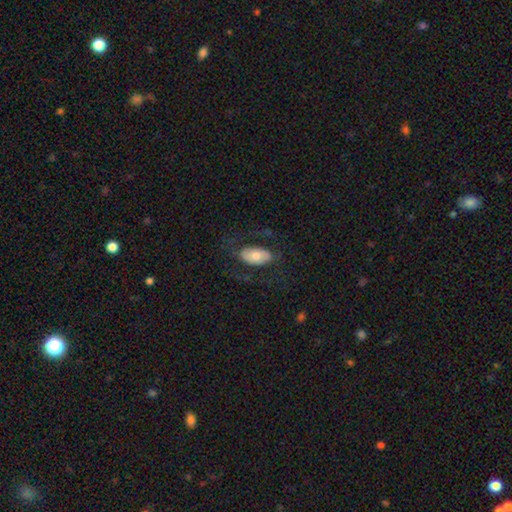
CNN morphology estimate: Smooth or featured? Predicted: smooth (p=0.58). How rounded? Predicted: in between (p=0.92). Merging? Predicted: none (p=0.70).